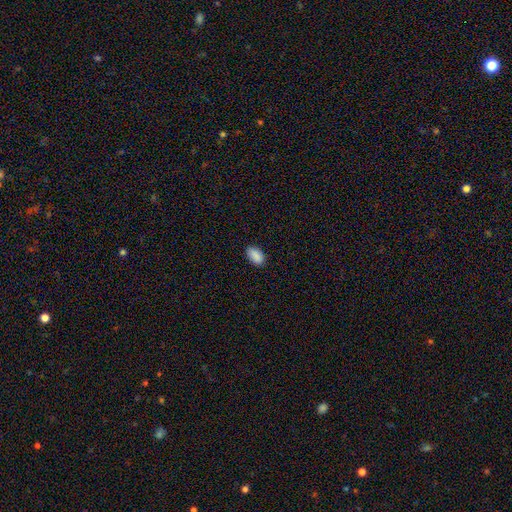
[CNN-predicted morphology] Q: Smooth or featured?
A: smooth (89%); runner-up: star or artifact (8%)
Q: How rounded?
A: in between (93%); runner-up: round (5%)
Q: Merging?
A: none (85%); runner-up: minor disturbance (11%)